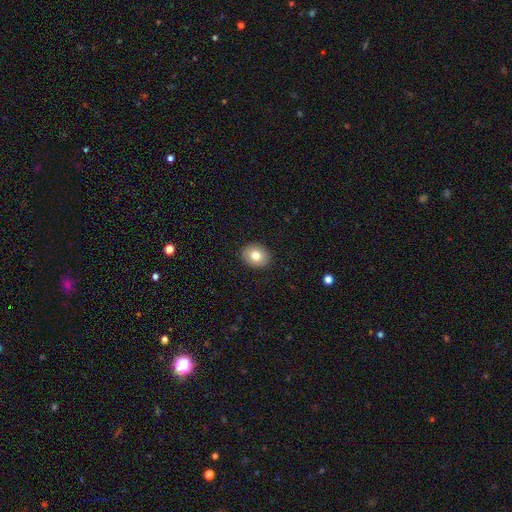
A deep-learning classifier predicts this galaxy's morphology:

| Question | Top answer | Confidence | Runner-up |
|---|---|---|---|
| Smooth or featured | smooth | 78% | featured or disk (13%) |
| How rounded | round | 57% | in between (42%) |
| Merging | none | 91% | minor disturbance (6%) |